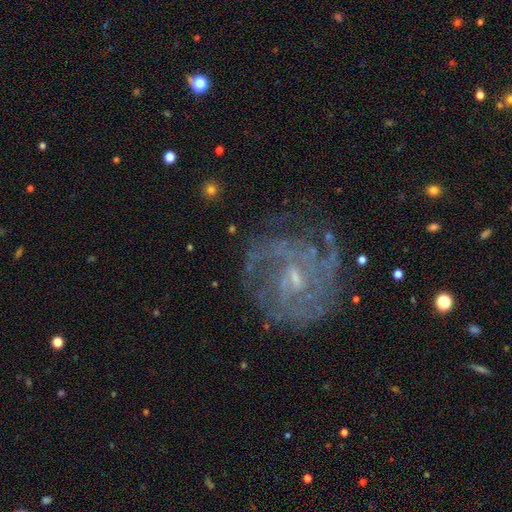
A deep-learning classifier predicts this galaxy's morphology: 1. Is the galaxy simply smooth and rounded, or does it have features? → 78% featured or disk, 13% star or artifact, 9% smooth.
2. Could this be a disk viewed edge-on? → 98% no, 2% yes.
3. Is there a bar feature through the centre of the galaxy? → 46% weak, 45% no, 9% strong.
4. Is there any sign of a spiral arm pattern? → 91% yes, 9% no.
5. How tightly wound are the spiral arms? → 53% tight, 36% medium, 11% loose.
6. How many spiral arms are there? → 38% can't tell, 22% 2, 18% 3, 10% 4, 7% 1, 6% more than 4.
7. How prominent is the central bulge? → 67% small, 24% moderate, 7% none, 1% large, 1% dominant.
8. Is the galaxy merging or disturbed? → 71% none, 17% minor disturbance, 11% major disturbance, 2% merger.